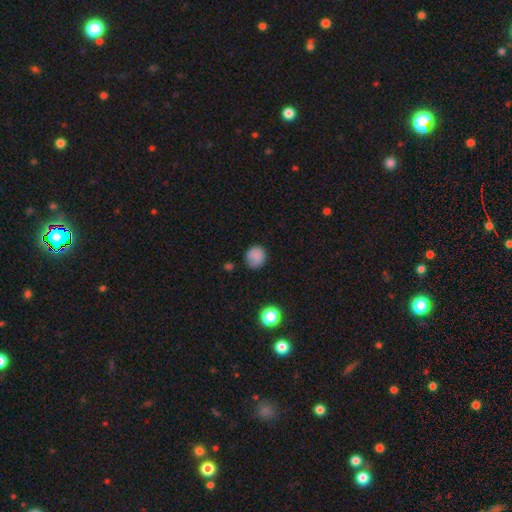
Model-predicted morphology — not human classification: This appears to be a smooth galaxy with no disk features (83%) that is round (81%). Merging: none (74%).